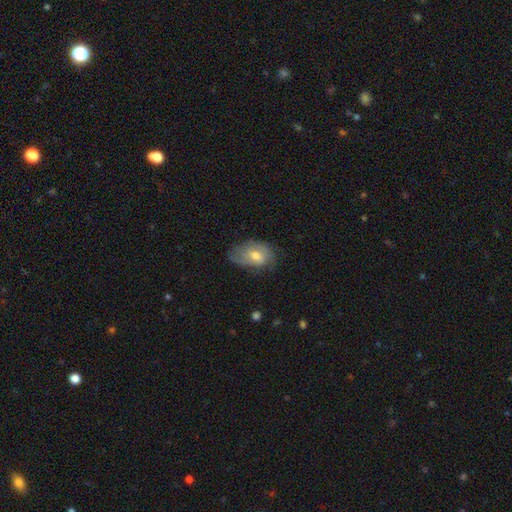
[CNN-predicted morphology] Smooth or featured?
  - smooth: 46% *
  - featured or disk: 45%
  - star or artifact: 8%
Merging?
  - none: 56% *
  - minor disturbance: 31%
  - major disturbance: 11%
  - merger: 1%